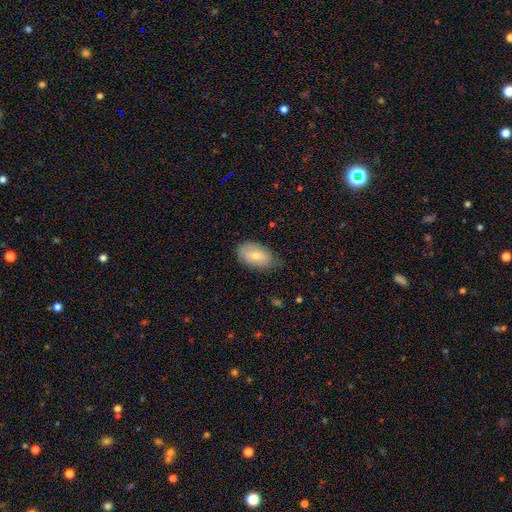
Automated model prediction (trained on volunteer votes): Morphology: type=smooth (73%); roundness=in between (92%); merging=none (58%).